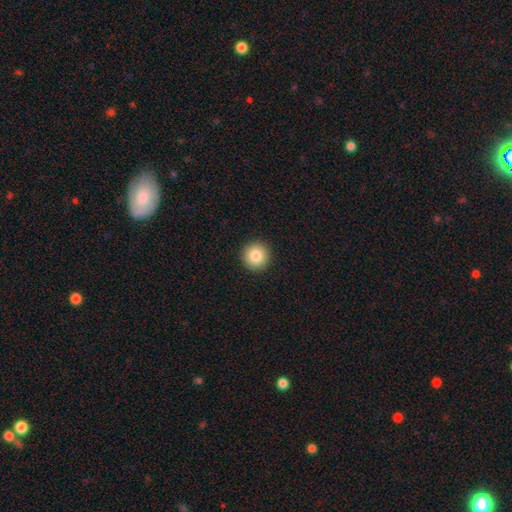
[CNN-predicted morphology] type=smooth (84%); roundness=round (95%); merging=none (93%).